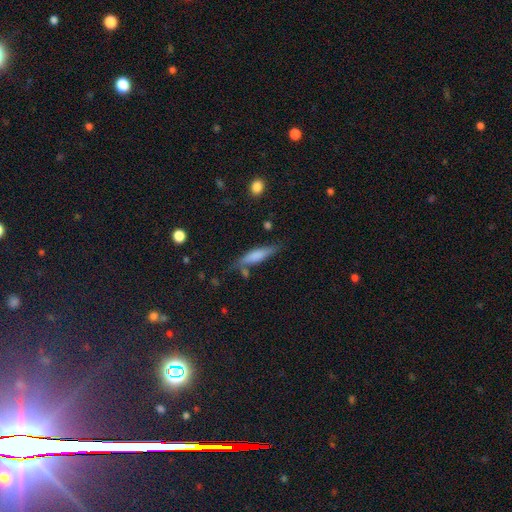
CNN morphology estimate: smooth-or-featured: smooth: 72% | featured or disk: 22% | star or artifact: 7%
  how-rounded: cigar-shaped: 74% | in between: 24% | round: 2%
  merging: none: 66% | minor disturbance: 21% | merger: 8% | major disturbance: 6%